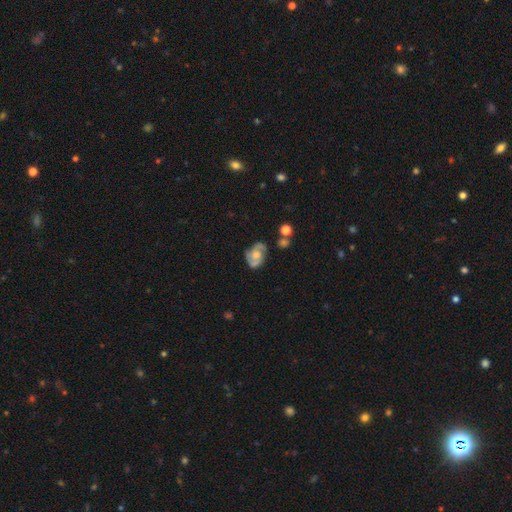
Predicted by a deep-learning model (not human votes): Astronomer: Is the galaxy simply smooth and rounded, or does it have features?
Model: featured or disk — 75%.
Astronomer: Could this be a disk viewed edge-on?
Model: no — 97%.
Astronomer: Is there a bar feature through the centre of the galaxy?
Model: no — 67%.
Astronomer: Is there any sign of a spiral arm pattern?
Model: yes — 89%.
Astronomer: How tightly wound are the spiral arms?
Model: medium — 48% (runner-up: tight, 35%).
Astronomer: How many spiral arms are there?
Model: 2 — 70%.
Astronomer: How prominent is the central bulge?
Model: moderate — 52%.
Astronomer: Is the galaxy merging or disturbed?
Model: none — 63%.